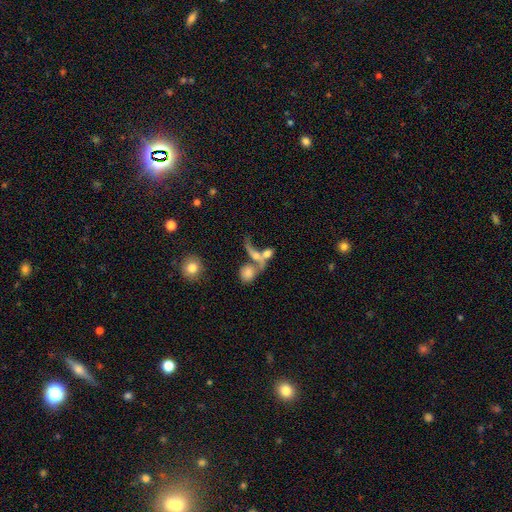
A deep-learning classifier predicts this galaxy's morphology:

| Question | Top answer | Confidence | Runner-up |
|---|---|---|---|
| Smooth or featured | featured or disk | 44% | smooth (43%) |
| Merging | merger | 59% | none (18%) |